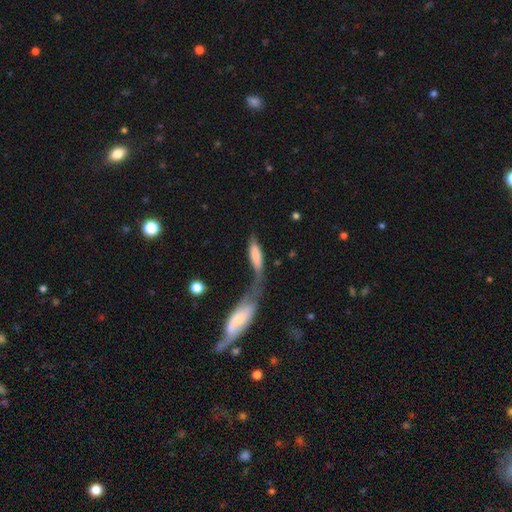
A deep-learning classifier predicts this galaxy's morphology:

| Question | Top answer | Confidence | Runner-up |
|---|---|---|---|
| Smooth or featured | smooth | 68% | featured or disk (26%) |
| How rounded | in between | 53% | cigar-shaped (44%) |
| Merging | merger | 65% | major disturbance (14%) |